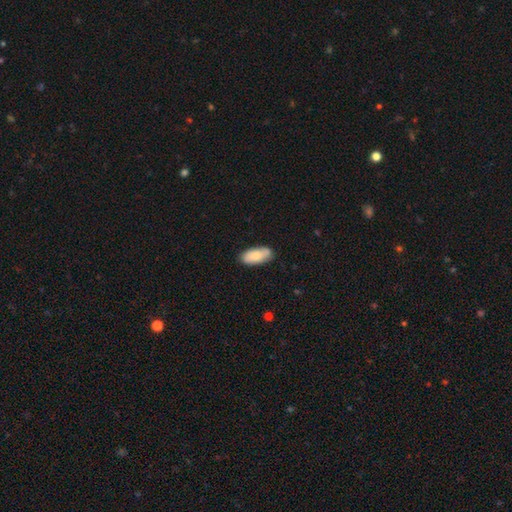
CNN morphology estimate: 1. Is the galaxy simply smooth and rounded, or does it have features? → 76% smooth, 18% featured or disk, 6% star or artifact.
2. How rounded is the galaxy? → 90% in between, 8% cigar-shaped, 2% round.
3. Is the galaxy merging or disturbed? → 80% none, 16% minor disturbance, 2% major disturbance, 2% merger.